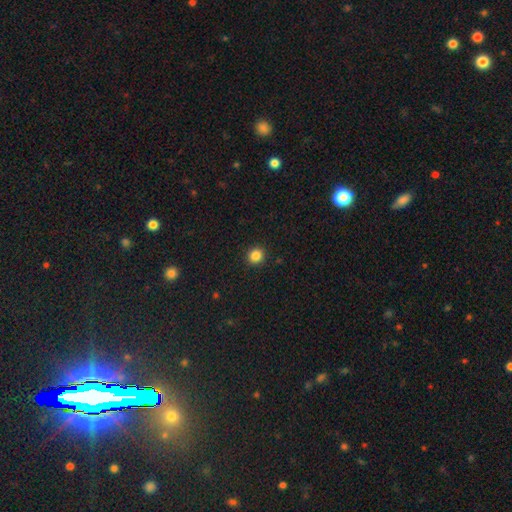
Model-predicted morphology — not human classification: A smooth galaxy with no disk features (85%) that is round (91%).

Vote fractions:
- Smooth or featured? smooth: 85% / star or artifact: 11% / featured or disk: 3%
- How rounded? round: 91% / in between: 8% / cigar-shaped: 1%
- Merging? none: 92% / minor disturbance: 5% / major disturbance: 2% / merger: 1%